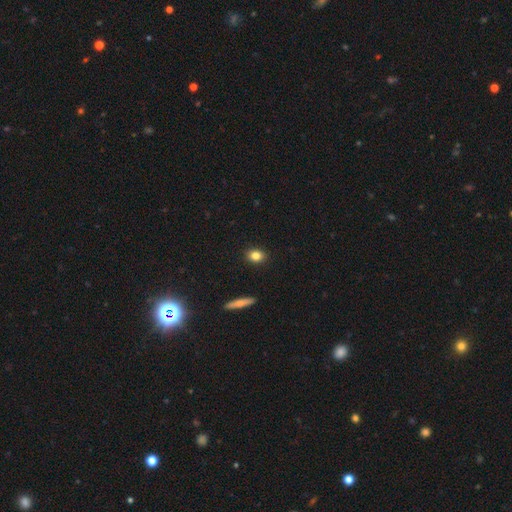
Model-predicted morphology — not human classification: type=smooth (82%); roundness=in between (52%); merging=none (90%).